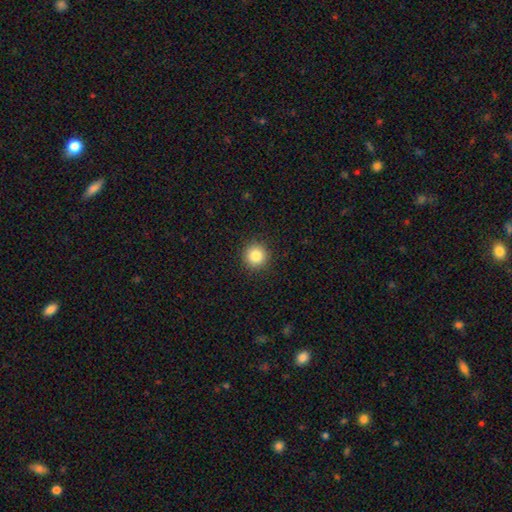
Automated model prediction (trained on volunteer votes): smooth 84%, star or artifact 11%, featured or disk 6%. Down the decision tree: how rounded — round (95%); merging — none (92%).